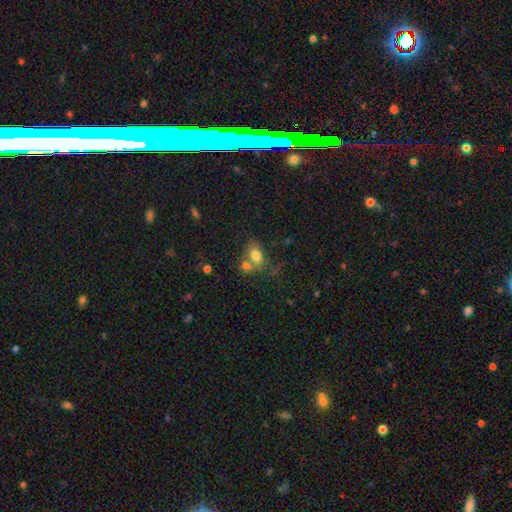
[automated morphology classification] A smooth galaxy with no disk features (77%) that is in between round and cigar-shaped (75%).

Vote fractions:
- Smooth or featured? smooth: 77% / featured or disk: 13% / star or artifact: 10%
- How rounded? in between: 75% / round: 23% / cigar-shaped: 1%
- Merging? merger: 47% / none: 35% / minor disturbance: 12% / major disturbance: 6%